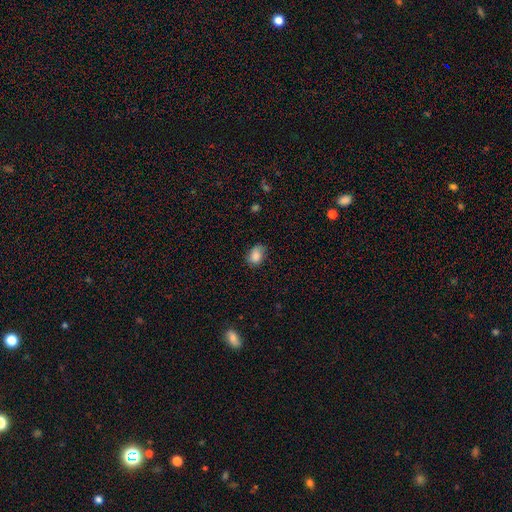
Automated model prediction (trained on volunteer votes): Overall: smooth (84%). How rounded: in between (67%; round 32%). Merging: none (61%; minor disturbance 31%).